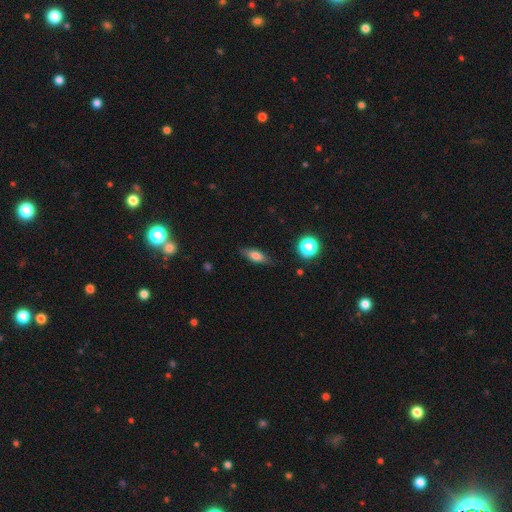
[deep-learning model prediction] Smooth or featured?
  - smooth: 70% *
  - featured or disk: 20%
  - star or artifact: 10%
How rounded?
  - in between: 67% *
  - cigar-shaped: 28%
  - round: 6%
Merging?
  - none: 82% *
  - minor disturbance: 14%
  - major disturbance: 3%
  - merger: 1%